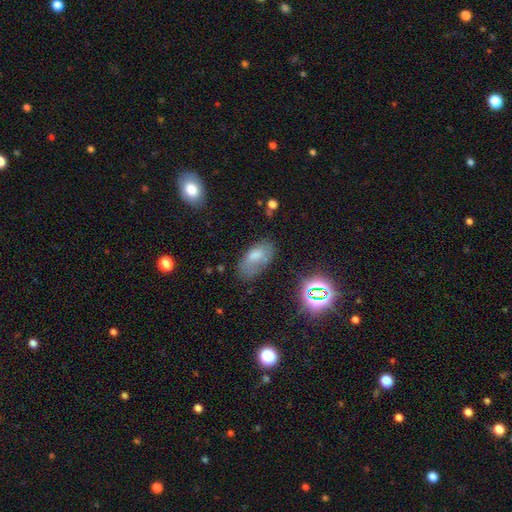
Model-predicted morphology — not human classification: Smooth or featured? smooth (64%)
How rounded? in between (92%)
Merging? none (55%)